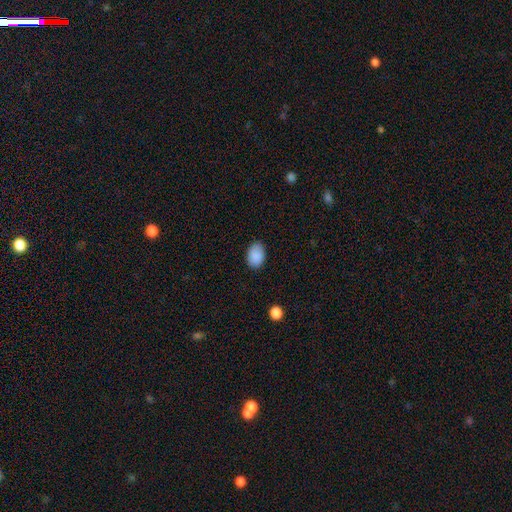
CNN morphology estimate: Q: Smooth or featured?
A: smooth (89%); runner-up: star or artifact (7%)
Q: How rounded?
A: in between (82%); runner-up: round (17%)
Q: Merging?
A: none (84%); runner-up: minor disturbance (12%)